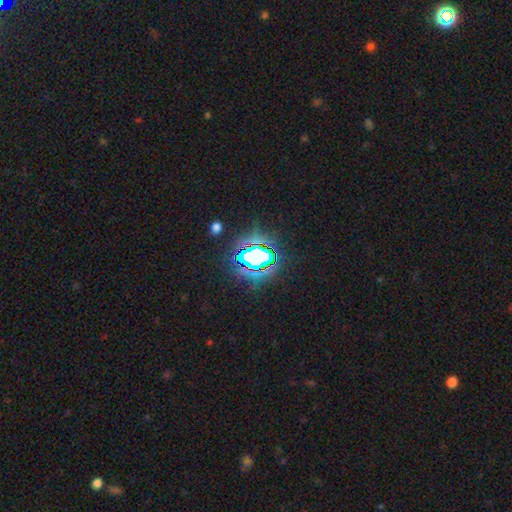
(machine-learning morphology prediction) type=star or artifact (68%).